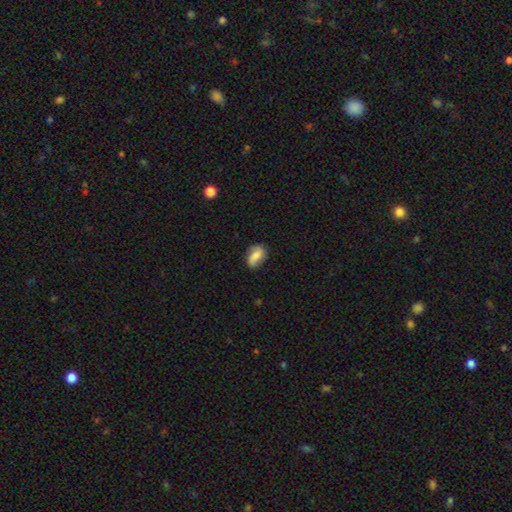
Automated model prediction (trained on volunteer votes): smooth_or_featured: smooth (p=0.62) [alt: featured or disk p=0.30]
how_rounded: in between (p=0.82) [alt: round p=0.16]
merging: none (p=0.72) [alt: minor disturbance p=0.21]